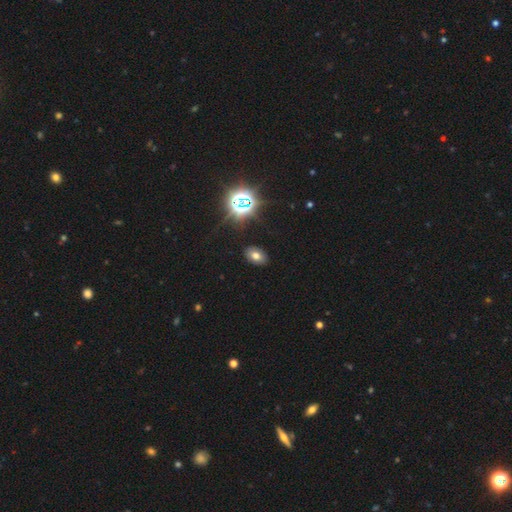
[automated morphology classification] This appears to be a smooth galaxy with no disk features (65%) that is in between round and cigar-shaped (83%). Merging: none (87%).